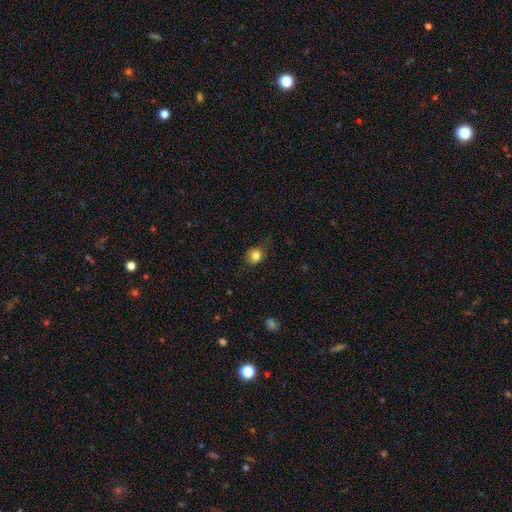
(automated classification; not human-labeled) Smooth or featured? Predicted: smooth (p=0.83). How rounded? Predicted: round (p=0.69). Merging? Predicted: none (p=0.71).